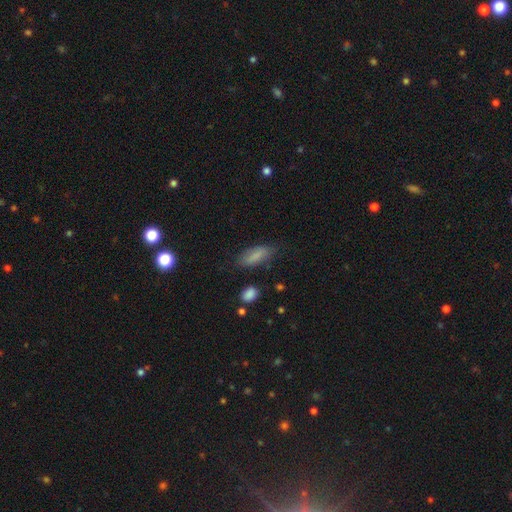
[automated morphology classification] smooth-or-featured: smooth: 83% | featured or disk: 9% | star or artifact: 8%
  how-rounded: in between: 75% | cigar-shaped: 23% | round: 3%
  merging: none: 76% | minor disturbance: 18% | major disturbance: 5% | merger: 2%